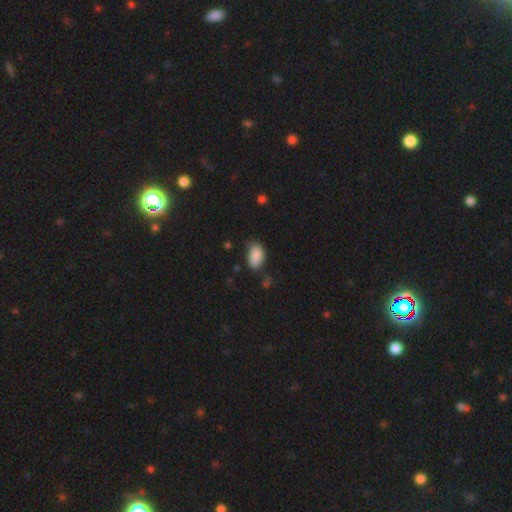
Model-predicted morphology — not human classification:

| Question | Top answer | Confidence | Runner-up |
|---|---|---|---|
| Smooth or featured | smooth | 88% | star or artifact (8%) |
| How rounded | in between | 92% | round (7%) |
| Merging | none | 61% | minor disturbance (29%) |